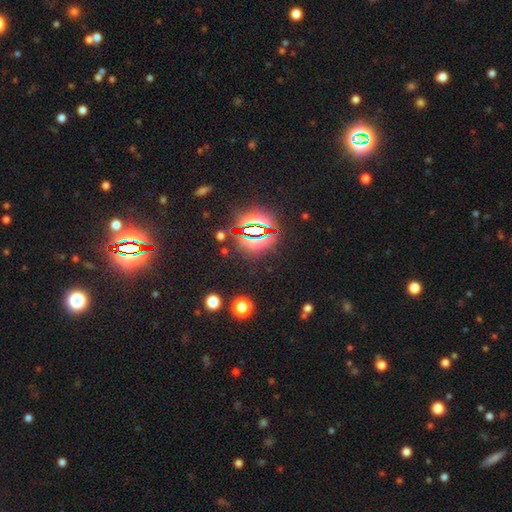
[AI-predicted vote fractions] Morphology: type=star or artifact (83%).